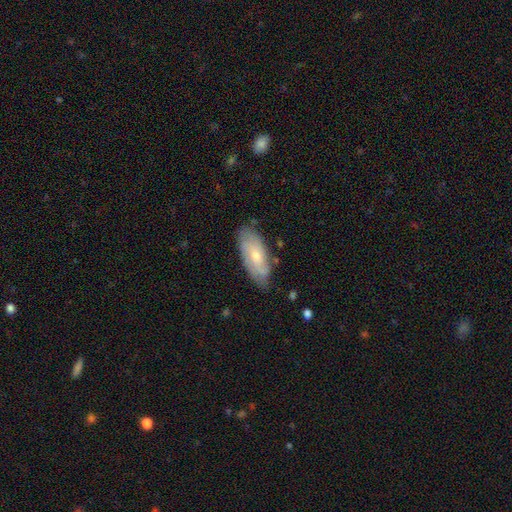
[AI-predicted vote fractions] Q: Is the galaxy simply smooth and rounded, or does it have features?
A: featured or disk — 54%.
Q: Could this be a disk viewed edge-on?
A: no — 88%.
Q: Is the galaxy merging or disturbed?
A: none — 73%.